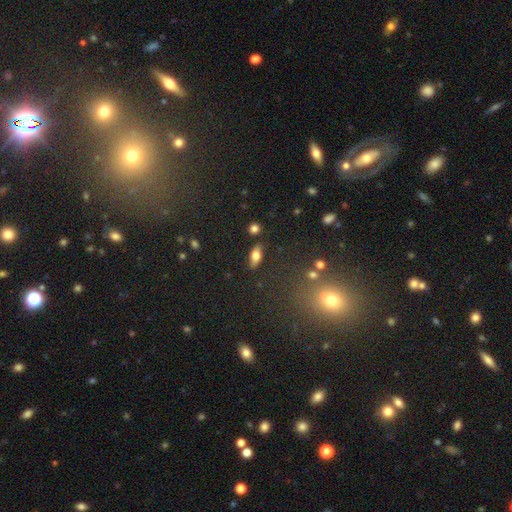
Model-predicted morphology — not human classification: Overall: smooth (69%). How rounded: in between (79%). Merging: none (85%).